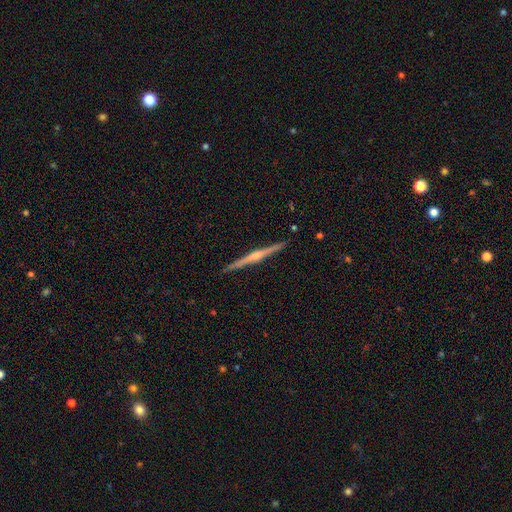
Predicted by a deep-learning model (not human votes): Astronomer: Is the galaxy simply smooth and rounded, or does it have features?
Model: featured or disk — 82%.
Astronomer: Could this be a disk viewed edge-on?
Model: yes — 99%.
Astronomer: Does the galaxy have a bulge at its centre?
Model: rounded — 82%.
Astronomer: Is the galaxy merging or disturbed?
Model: none — 93%.